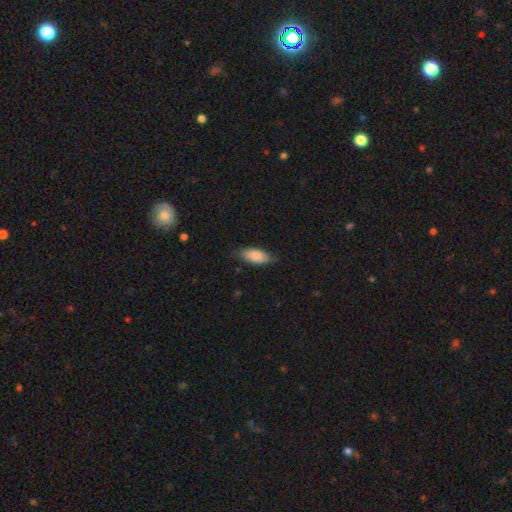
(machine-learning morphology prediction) This appears to be a smooth galaxy with no disk features (84%) that is in between round and cigar-shaped (83%). Merging: none (77%).